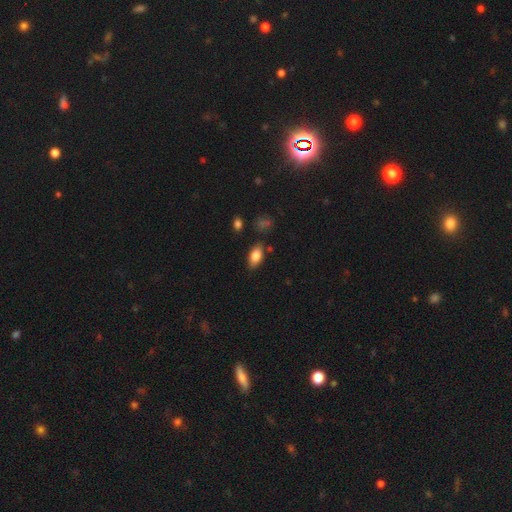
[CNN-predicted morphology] A smooth galaxy with no disk features (82%) that is in between round and cigar-shaped (90%). Merging: none (81%).